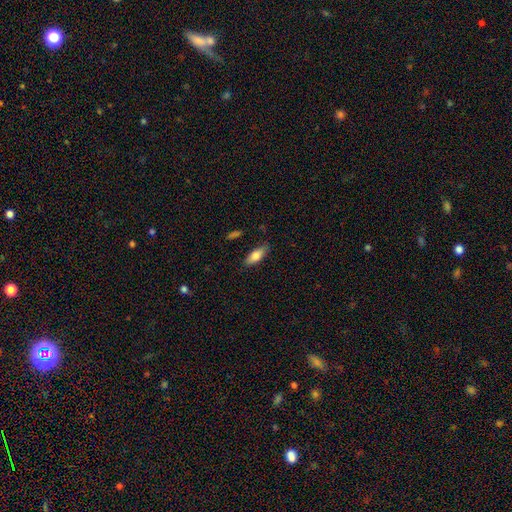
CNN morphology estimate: Smooth or featured? smooth (76%)
How rounded? in between (75%)
Merging? none (82%)